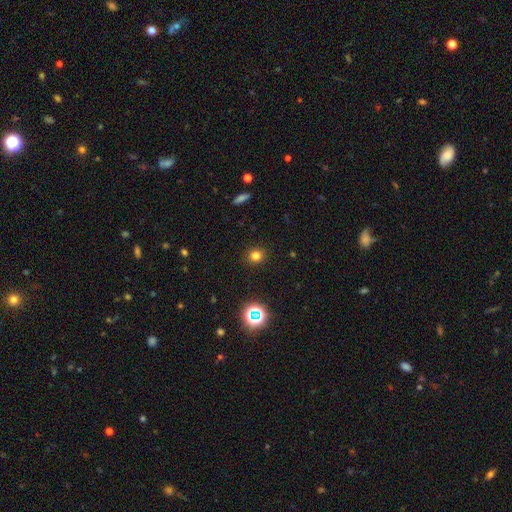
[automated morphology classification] smooth-or-featured: smooth: 76% | star or artifact: 18% | featured or disk: 6%
  how-rounded: round: 86% | in between: 13% | cigar-shaped: 1%
  merging: none: 91% | minor disturbance: 6% | major disturbance: 2% | merger: 1%